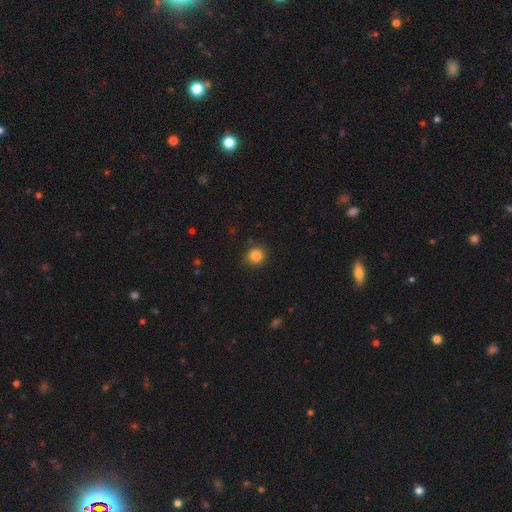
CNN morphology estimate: Smooth or featured? smooth (84%)
How rounded? round (88%)
Merging? none (87%)